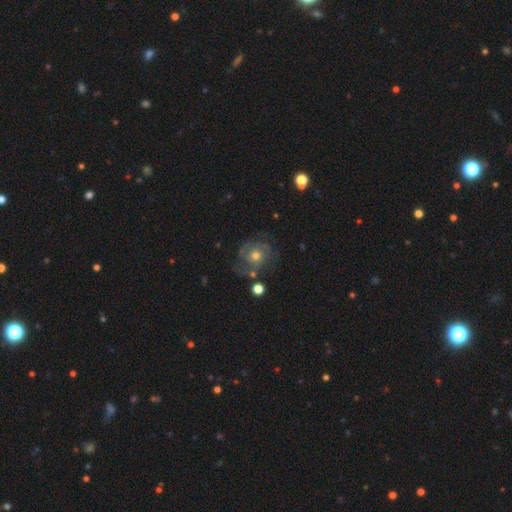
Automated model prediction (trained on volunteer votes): A featured or disk galaxy (78%) with no bar (79%), 2 (31%) tight (51%) spiral arms (92%) and a moderate central bulge (65%). Merging: none (69%).